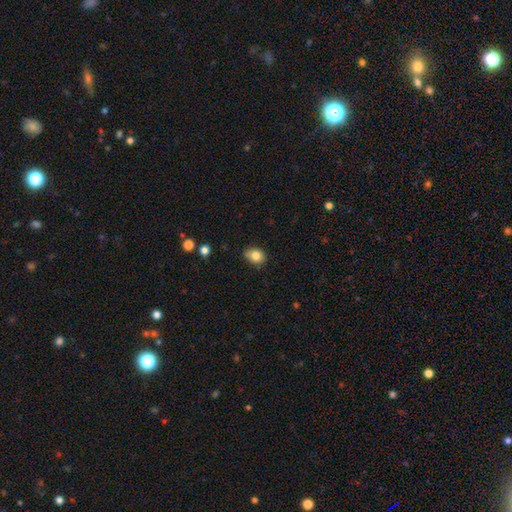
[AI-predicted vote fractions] Overall: smooth (83%). How rounded: in between (60%; round 39%). Merging: none (73%).